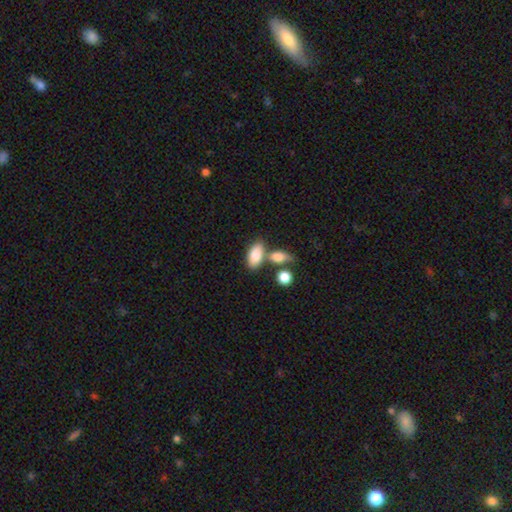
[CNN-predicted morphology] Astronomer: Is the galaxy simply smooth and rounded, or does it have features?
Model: smooth — 81%.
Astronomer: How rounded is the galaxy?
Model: in between — 89%.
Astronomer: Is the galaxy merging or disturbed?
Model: none — 52% (runner-up: merger, 31%).